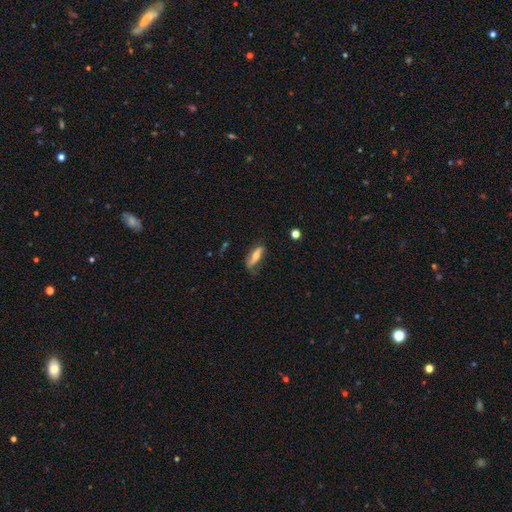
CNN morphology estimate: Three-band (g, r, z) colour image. It shows a smooth galaxy with no disk features (48%). Merging: none (66%).